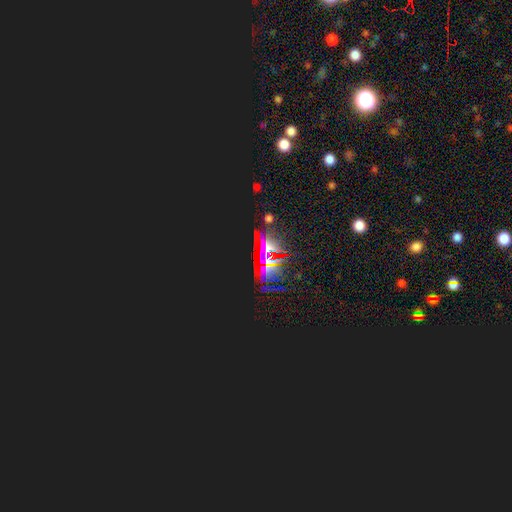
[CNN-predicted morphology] Q: Smooth or featured?
A: star or artifact (83%); runner-up: featured or disk (9%)